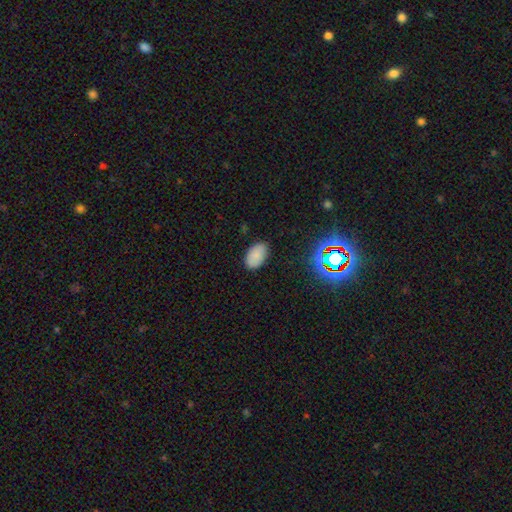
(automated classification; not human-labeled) smooth_or_featured: smooth (p=0.84) [alt: star or artifact p=0.11]
how_rounded: in between (p=0.93) [alt: round p=0.06]
merging: none (p=0.86) [alt: minor disturbance p=0.11]